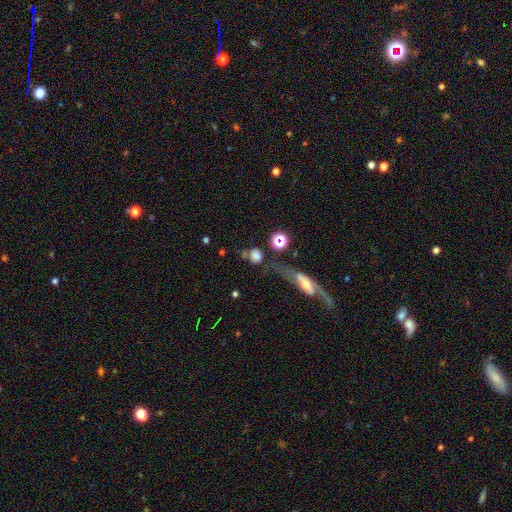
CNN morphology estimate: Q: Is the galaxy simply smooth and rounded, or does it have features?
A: smooth — 69%.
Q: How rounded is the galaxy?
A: round — 77%.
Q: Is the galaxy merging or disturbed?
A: none — 46%.